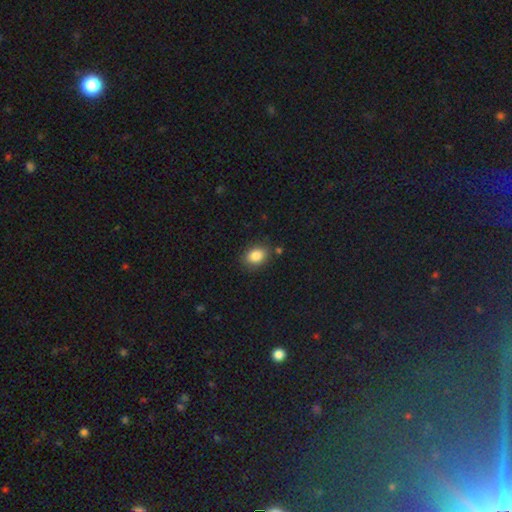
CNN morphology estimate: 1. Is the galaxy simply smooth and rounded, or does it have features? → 85% smooth, 9% star or artifact, 5% featured or disk.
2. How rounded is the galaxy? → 68% in between, 31% round, 1% cigar-shaped.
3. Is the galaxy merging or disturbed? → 81% none, 12% minor disturbance, 3% merger, 3% major disturbance.